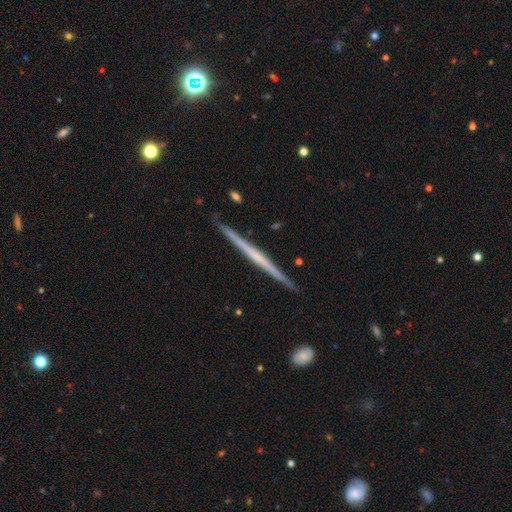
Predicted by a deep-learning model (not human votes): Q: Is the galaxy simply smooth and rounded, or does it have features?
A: featured or disk — 70%.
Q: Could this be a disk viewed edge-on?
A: yes — 98%.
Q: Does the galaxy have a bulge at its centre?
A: none — 78%.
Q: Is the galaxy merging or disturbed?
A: none — 91%.